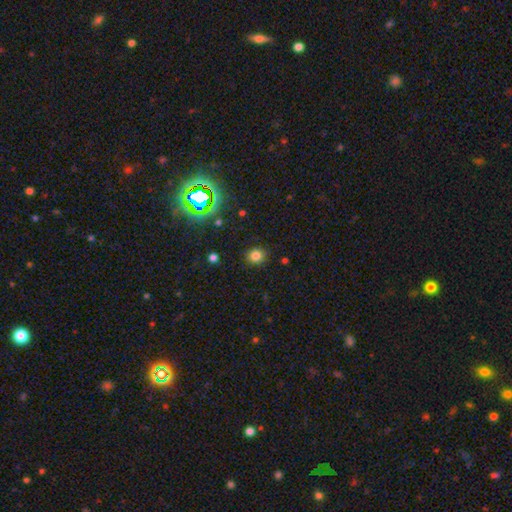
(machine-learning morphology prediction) Smooth or featured? Predicted: smooth (p=0.79). How rounded? Predicted: round (p=0.80). Merging? Predicted: none (p=0.88).